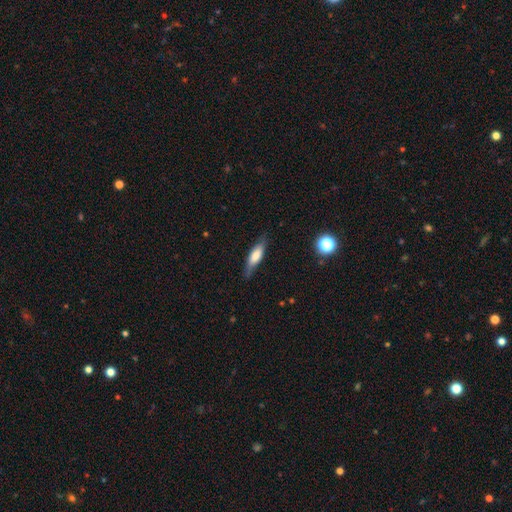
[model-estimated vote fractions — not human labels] A smooth galaxy with no disk features (61%) that is cigar-shaped (59%). Merging: none (78%).